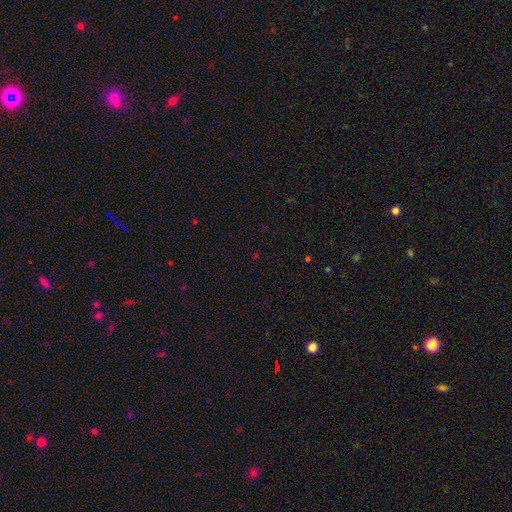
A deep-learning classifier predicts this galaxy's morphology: Overall: star or artifact (65%; smooth 28%).